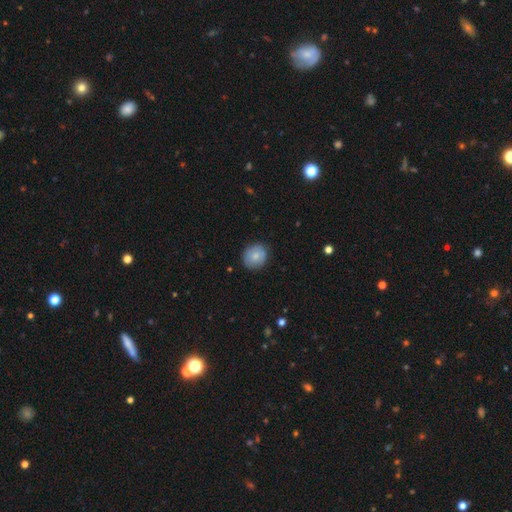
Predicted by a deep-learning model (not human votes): This is likely a smooth galaxy (75%). How rounded: likely round (73%). Merging: clearly none (84%).